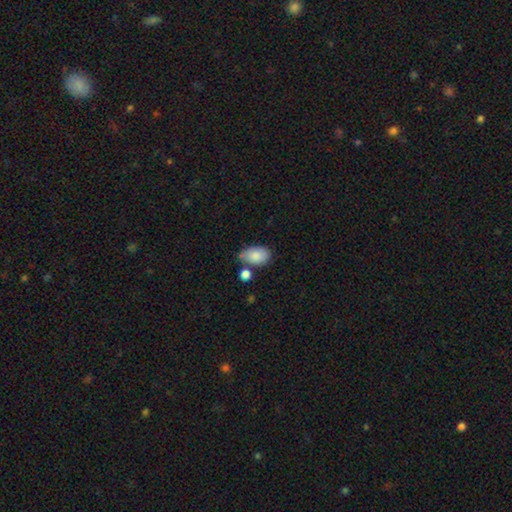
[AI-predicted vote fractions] A smooth galaxy with no disk features (84%) that is in between round and cigar-shaped (90%).

Vote fractions:
- Smooth or featured? smooth: 84% / featured or disk: 9% / star or artifact: 7%
- How rounded? in between: 90% / round: 8% / cigar-shaped: 1%
- Merging? none: 60% / minor disturbance: 22% / merger: 13% / major disturbance: 5%